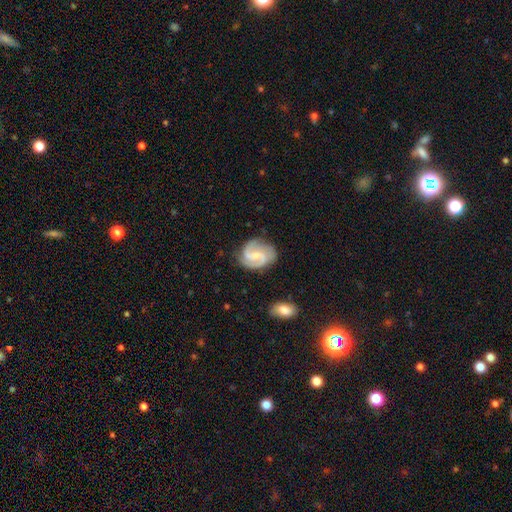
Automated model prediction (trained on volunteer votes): This appears to be a featured or disk galaxy (86%) with a weak bar (52%), 2 (83%) medium (54%) spiral arms (97%) and a small central bulge (55%). Merging: none (77%).